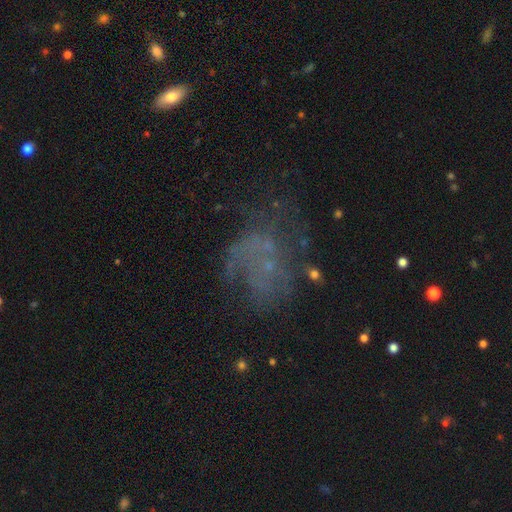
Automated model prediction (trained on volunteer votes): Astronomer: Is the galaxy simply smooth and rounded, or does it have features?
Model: featured or disk — 50% (runner-up: star or artifact, 27%).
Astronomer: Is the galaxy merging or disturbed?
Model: none — 47% (runner-up: major disturbance, 31%).